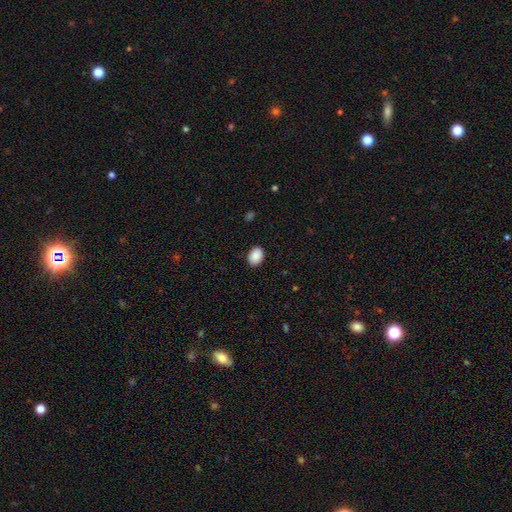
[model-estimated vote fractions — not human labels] Smooth or featured? Predicted: smooth (p=0.89). How rounded? Predicted: in between (p=0.69). Merging? Predicted: none (p=0.87).